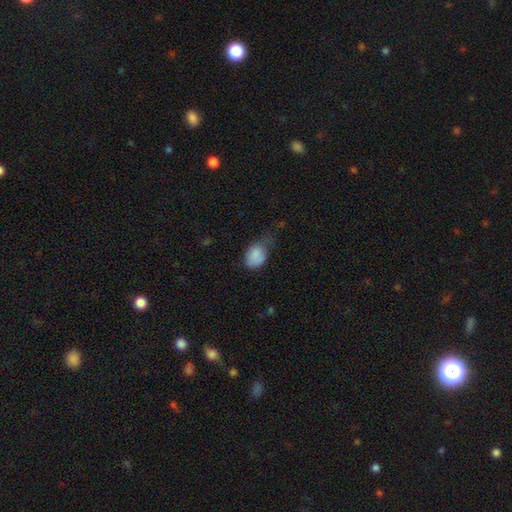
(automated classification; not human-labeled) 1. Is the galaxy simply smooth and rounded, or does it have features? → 84% smooth, 8% star or artifact, 8% featured or disk.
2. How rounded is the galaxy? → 70% in between, 29% round, 1% cigar-shaped.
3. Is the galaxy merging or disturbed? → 44% minor disturbance, 28% none, 25% major disturbance, 3% merger.